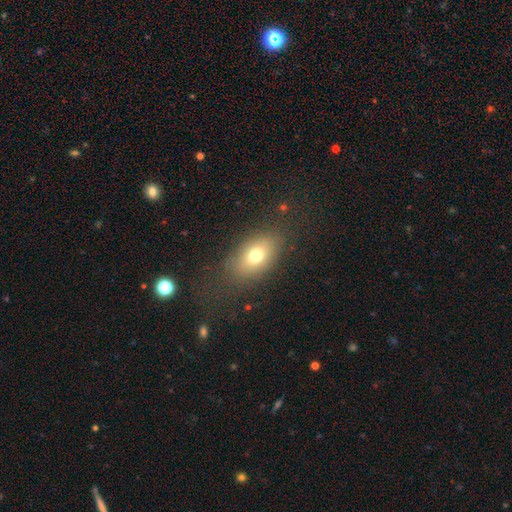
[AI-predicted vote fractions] Morphology: type=smooth (72%); roundness=in between (83%); merging=none (76%).